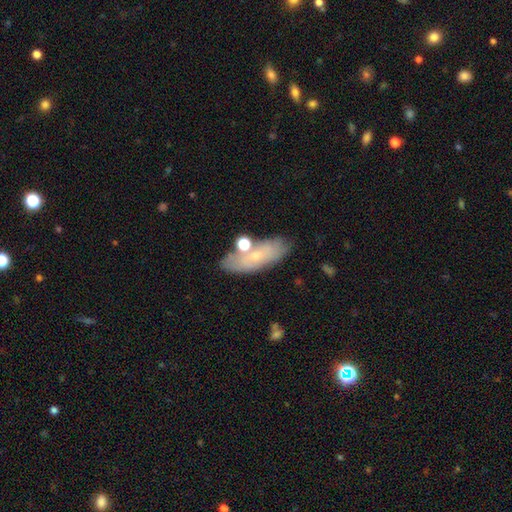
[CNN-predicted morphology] smooth 59%, featured or disk 32%, star or artifact 9%. Down the decision tree: how rounded — in between (70%); merging — none (68%).